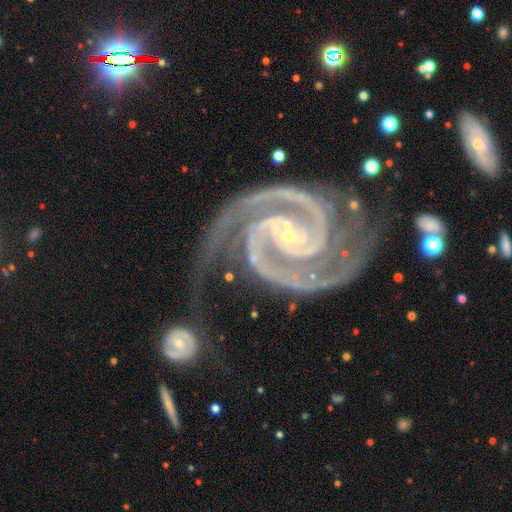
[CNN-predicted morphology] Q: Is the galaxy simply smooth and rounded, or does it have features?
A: featured or disk — 94%.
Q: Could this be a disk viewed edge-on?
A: no — 98%.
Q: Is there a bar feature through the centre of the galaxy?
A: no — 46%.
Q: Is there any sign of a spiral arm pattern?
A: yes — 99%.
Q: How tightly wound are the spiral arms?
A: tight — 49%.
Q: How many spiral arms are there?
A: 2 — 77%.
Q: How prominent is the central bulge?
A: small — 75%.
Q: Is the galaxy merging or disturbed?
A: none — 60%.